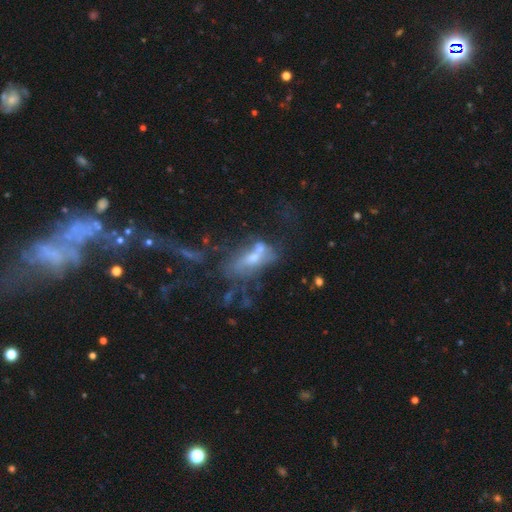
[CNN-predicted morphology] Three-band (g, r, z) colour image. It shows a featured or disk galaxy (55%). Merging: merger (40%).